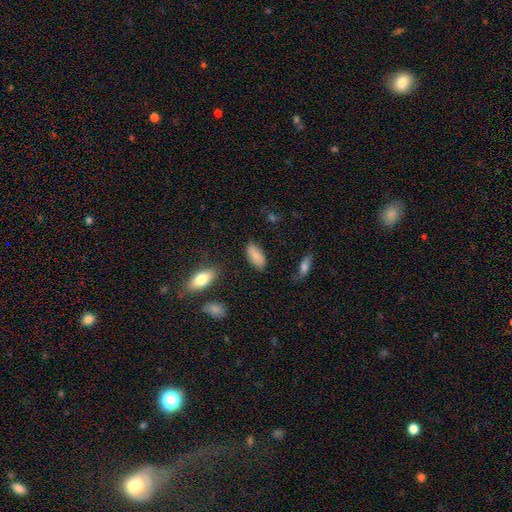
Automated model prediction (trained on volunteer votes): smooth 83%, featured or disk 10%, star or artifact 7%. Down the decision tree: how rounded — in between (88%); merging — none (80%).